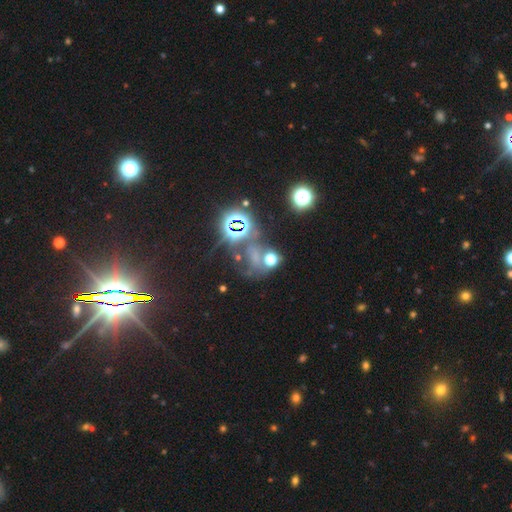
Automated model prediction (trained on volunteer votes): A star or artifact, not a galaxy (58%).